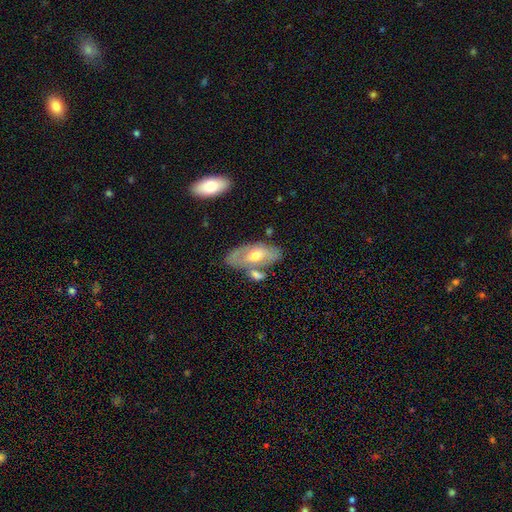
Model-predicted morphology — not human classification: Smooth or featured? featured or disk (50%)
Merging? none (53%)